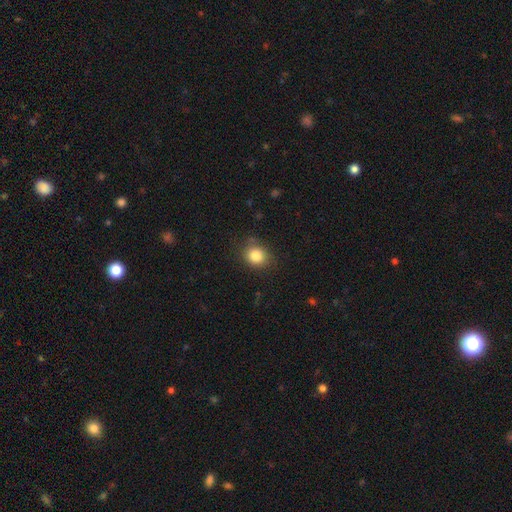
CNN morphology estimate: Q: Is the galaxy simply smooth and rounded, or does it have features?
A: smooth — 84%.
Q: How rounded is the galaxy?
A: round — 70%.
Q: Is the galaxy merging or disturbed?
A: none — 81%.